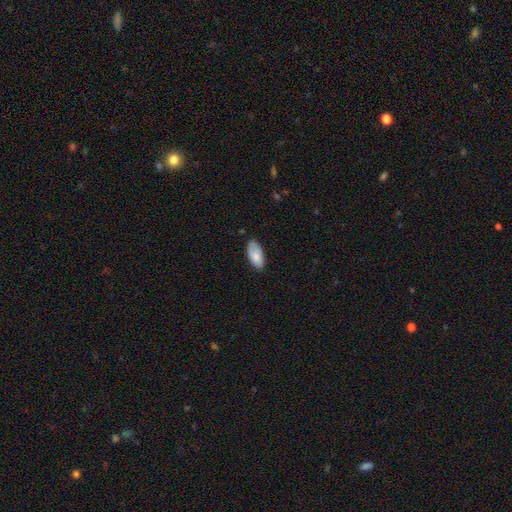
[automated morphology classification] Overall: smooth (84%). How rounded: in between (93%). Merging: none (75%).